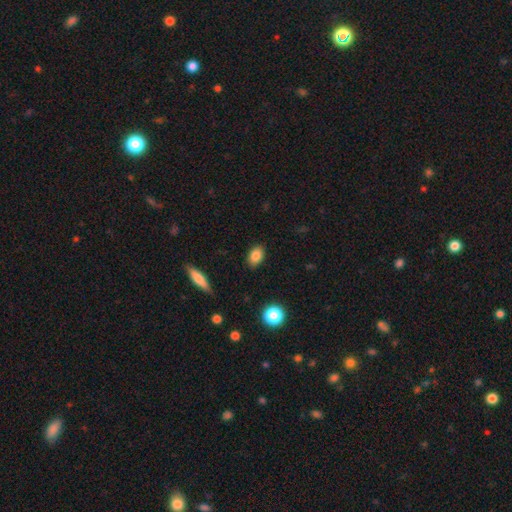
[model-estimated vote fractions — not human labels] A smooth galaxy with no disk features (84%) that is in between round and cigar-shaped (84%). Merging: none (88%).